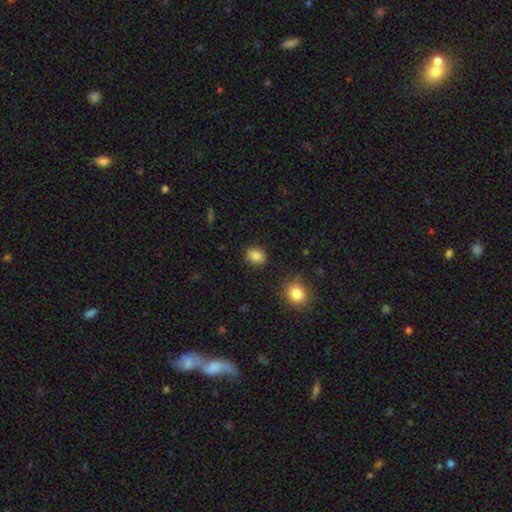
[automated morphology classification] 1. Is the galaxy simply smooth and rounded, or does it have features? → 85% smooth, 10% star or artifact, 5% featured or disk.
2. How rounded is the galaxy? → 50% round, 48% in between, 1% cigar-shaped.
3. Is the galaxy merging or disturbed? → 85% none, 10% minor disturbance, 3% major disturbance, 2% merger.